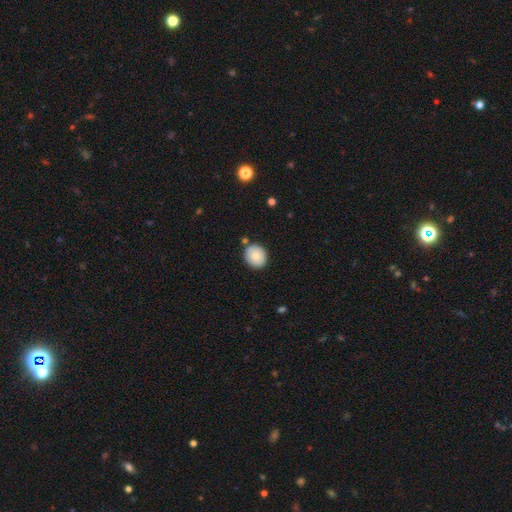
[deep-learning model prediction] Smooth or featured: smooth — 83% (featured or disk — 10%)
How rounded: round — 71% (in between — 28%)
Merging: none — 81% (minor disturbance — 11%)